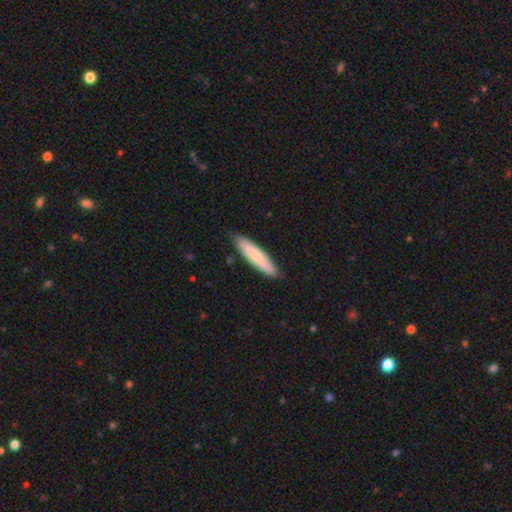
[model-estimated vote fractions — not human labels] A smooth galaxy with no disk features (75%) that is cigar-shaped (80%). Merging: none (87%).